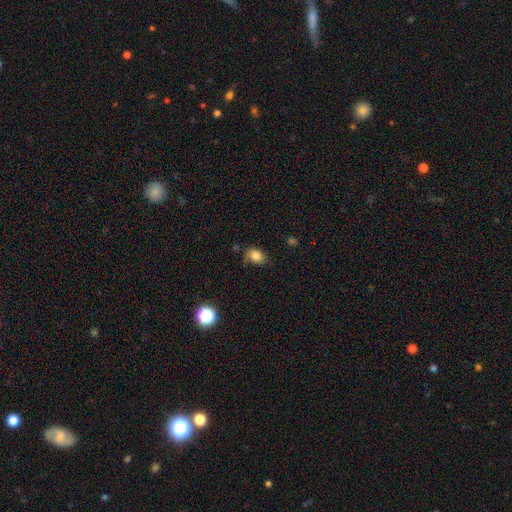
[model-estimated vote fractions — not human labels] Smooth or featured? smooth (78%)
How rounded? in between (67%)
Merging? none (54%)